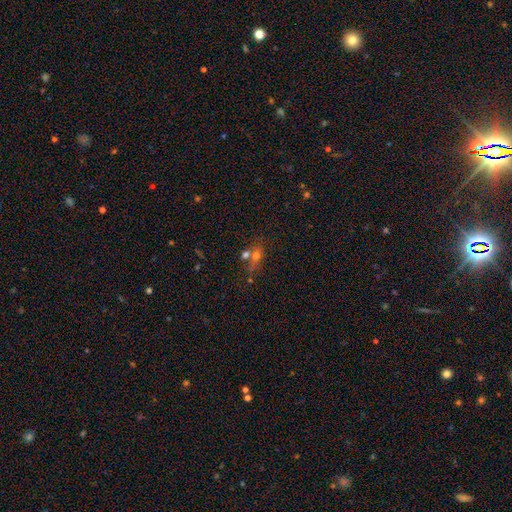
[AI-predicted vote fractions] Q: Smooth or featured?
A: smooth (51%); runner-up: star or artifact (26%)
Q: How rounded?
A: in between (46%); runner-up: round (43%)
Q: Merging?
A: none (45%); runner-up: merger (36%)